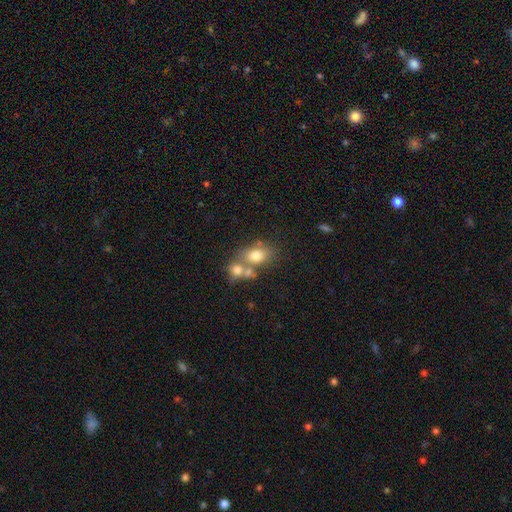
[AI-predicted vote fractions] Overall: smooth (72%). How rounded: in between (67%; round 31%). Merging: merger (44%; none 40%).